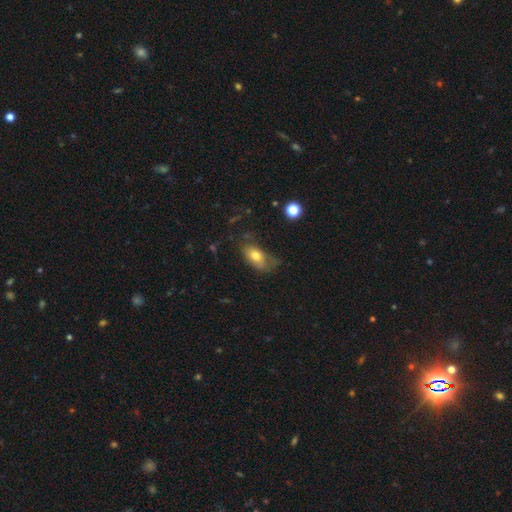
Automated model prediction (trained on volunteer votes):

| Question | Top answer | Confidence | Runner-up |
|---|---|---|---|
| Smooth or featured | smooth | 73% | featured or disk (19%) |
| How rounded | in between | 88% | round (7%) |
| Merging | none | 47% | minor disturbance (33%) |